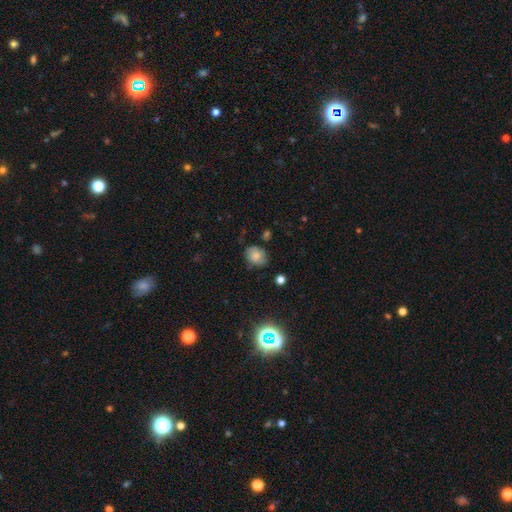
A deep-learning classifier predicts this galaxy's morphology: A smooth galaxy with no disk features (73%) that is in between round and cigar-shaped (50%).

Vote fractions:
- Smooth or featured? smooth: 73% / featured or disk: 15% / star or artifact: 12%
- How rounded? in between: 50% / round: 49% / cigar-shaped: 1%
- Merging? none: 67% / minor disturbance: 25% / major disturbance: 6% / merger: 3%